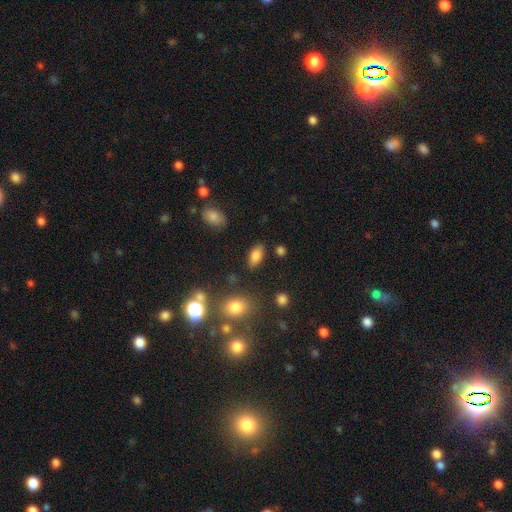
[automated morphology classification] The model was most divided on "smooth or featured": smooth: 80%, featured or disk: 10%, star or artifact: 10%. More confident: how rounded — in between (90%); merging — none (84%).